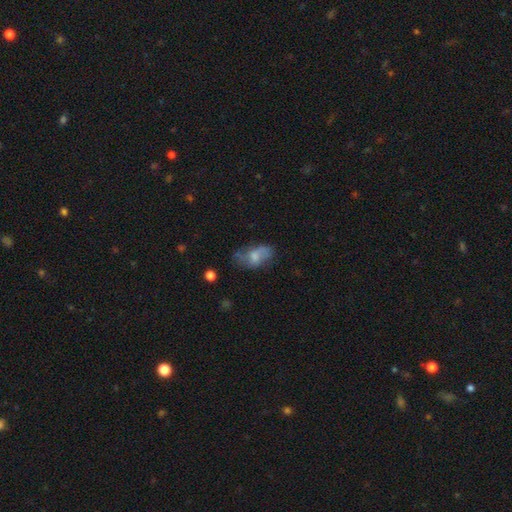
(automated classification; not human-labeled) smooth_or_featured: smooth (p=0.56) [alt: featured or disk p=0.35]
how_rounded: in between (p=0.90) [alt: round p=0.07]
merging: none (p=0.44) [alt: minor disturbance p=0.31]